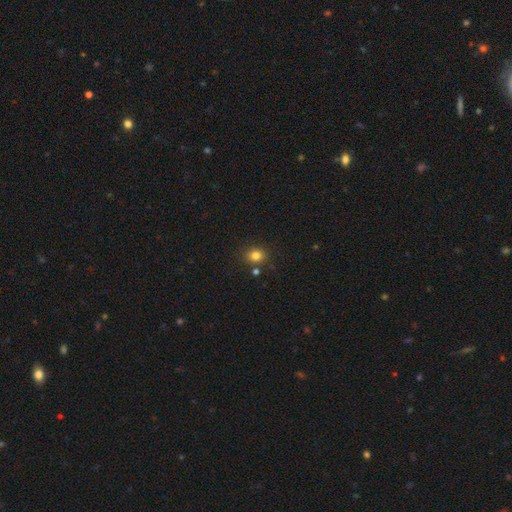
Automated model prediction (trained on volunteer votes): A smooth galaxy with no disk features (81%) that is round (67%). Merging: none (80%).